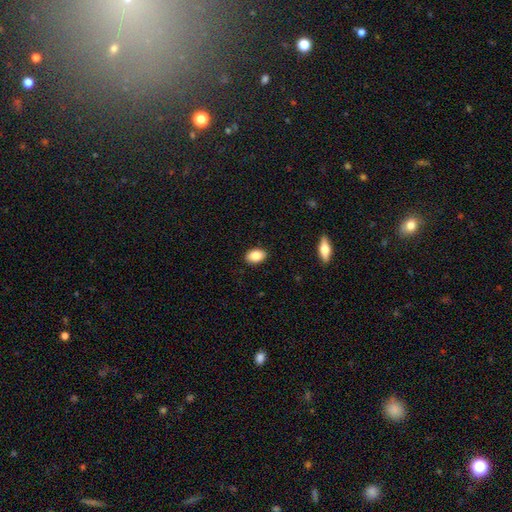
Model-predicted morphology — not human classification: Overall: smooth (86%). How rounded: in between (85%). Merging: none (89%).